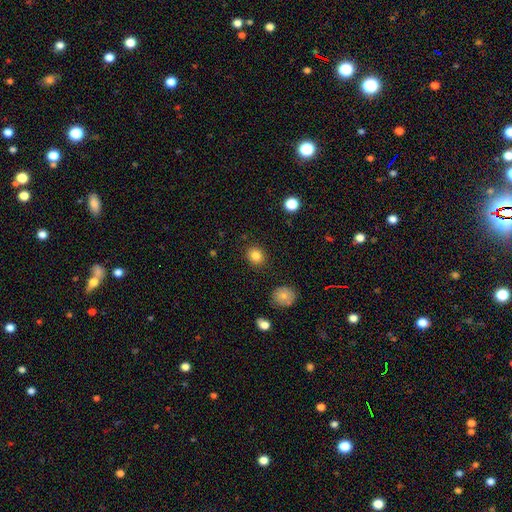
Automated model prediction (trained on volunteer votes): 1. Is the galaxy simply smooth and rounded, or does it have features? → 84% smooth, 10% star or artifact, 5% featured or disk.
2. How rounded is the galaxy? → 71% round, 28% in between, 1% cigar-shaped.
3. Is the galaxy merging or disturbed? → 89% none, 7% minor disturbance, 2% major disturbance, 2% merger.